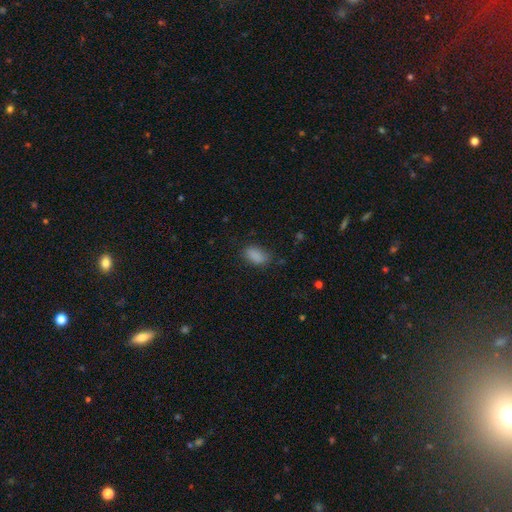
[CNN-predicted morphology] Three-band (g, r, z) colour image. It shows a smooth galaxy with no disk features (86%) that is in between round and cigar-shaped (91%). Merging: none (74%).